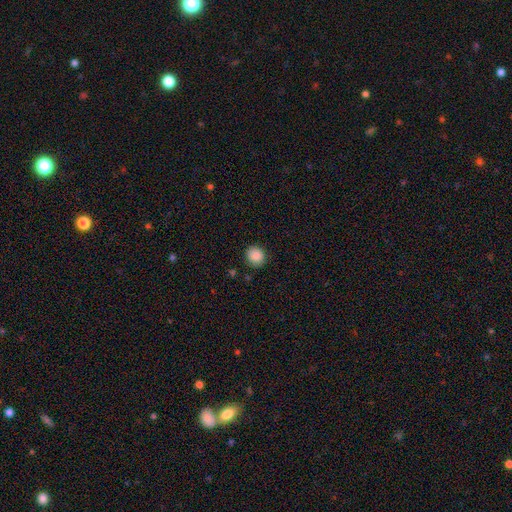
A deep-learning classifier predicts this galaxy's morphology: Smooth or featured?
  - smooth: 88% *
  - star or artifact: 9%
  - featured or disk: 4%
How rounded?
  - round: 84% *
  - in between: 15%
  - cigar-shaped: 1%
Merging?
  - none: 86% *
  - minor disturbance: 10%
  - major disturbance: 2%
  - merger: 1%